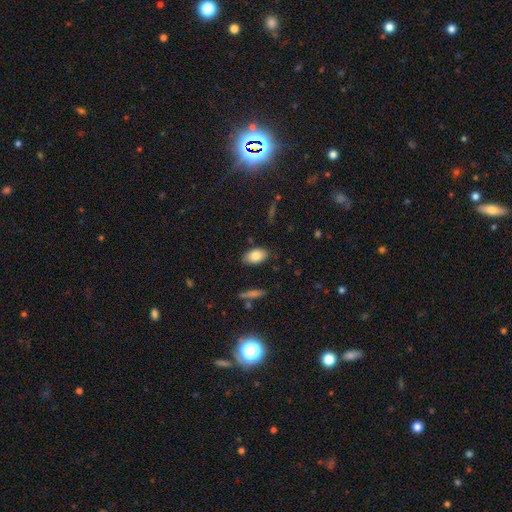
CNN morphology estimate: The model was most divided on "smooth or featured": smooth: 81%, featured or disk: 11%, star or artifact: 8%. More confident: how rounded — in between (92%); merging — none (83%).